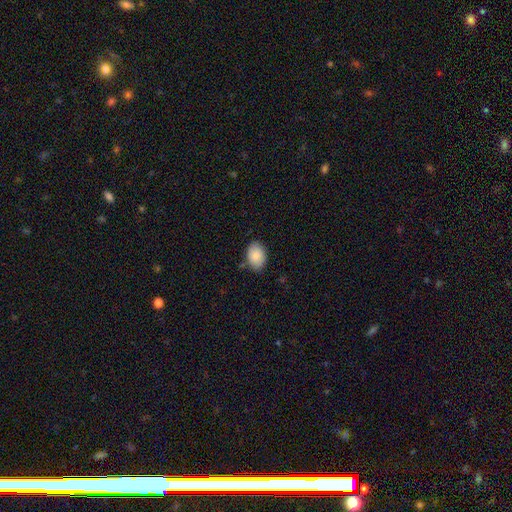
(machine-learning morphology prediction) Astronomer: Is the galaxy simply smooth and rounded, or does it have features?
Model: smooth — 87%.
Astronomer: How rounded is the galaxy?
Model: in between — 84%.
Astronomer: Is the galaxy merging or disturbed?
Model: none — 82%.